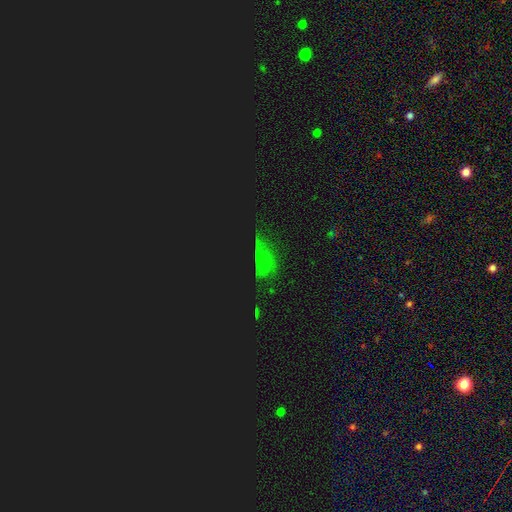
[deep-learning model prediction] This is likely a star or artifact rather than a galaxy (68%).